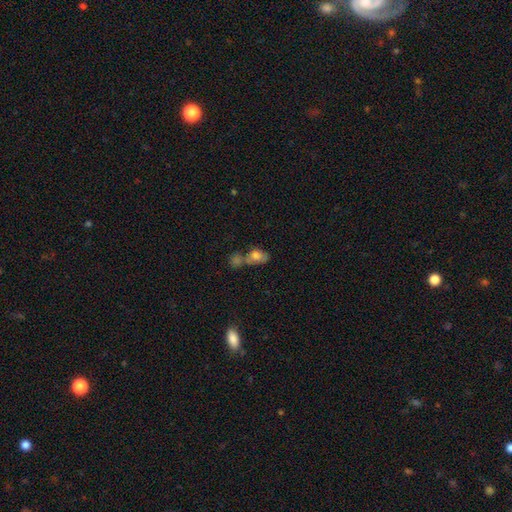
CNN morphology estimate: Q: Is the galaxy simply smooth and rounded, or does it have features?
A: smooth — 72%.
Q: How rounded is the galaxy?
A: in between — 75%.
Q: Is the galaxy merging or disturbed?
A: merger — 57%.